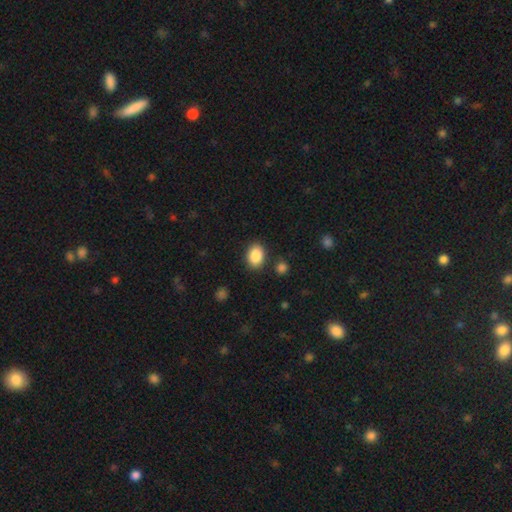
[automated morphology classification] Smooth or featured? smooth (88%)
How rounded? in between (78%)
Merging? none (85%)